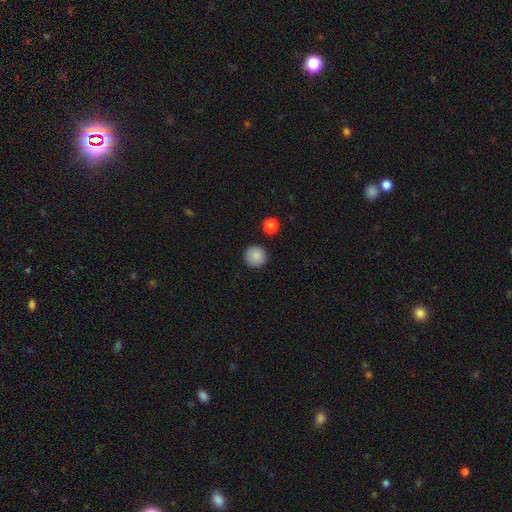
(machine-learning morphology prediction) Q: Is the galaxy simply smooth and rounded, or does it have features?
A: smooth — 88%.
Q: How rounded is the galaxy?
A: round — 96%.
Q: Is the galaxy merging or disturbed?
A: none — 91%.